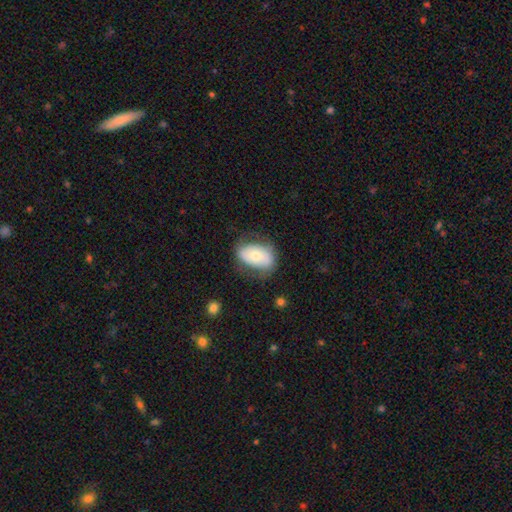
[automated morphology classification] smooth 59%, featured or disk 35%, star or artifact 6%. Down the decision tree: how rounded — in between (89%); merging — none (63%).